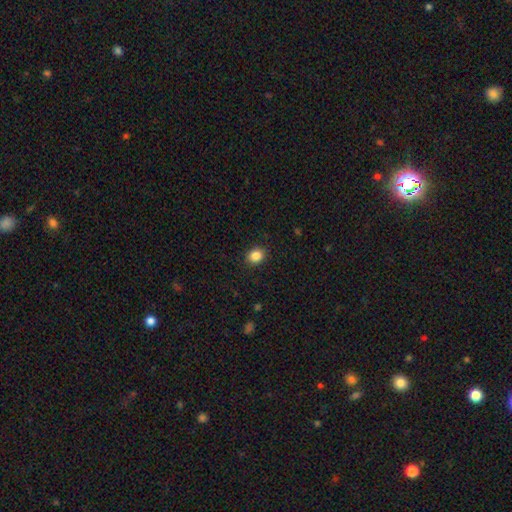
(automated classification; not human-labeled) Smooth or featured?
  - smooth: 86% *
  - star or artifact: 10%
  - featured or disk: 4%
How rounded?
  - round: 65% *
  - in between: 34%
  - cigar-shaped: 1%
Merging?
  - none: 90% *
  - minor disturbance: 7%
  - major disturbance: 2%
  - merger: 1%